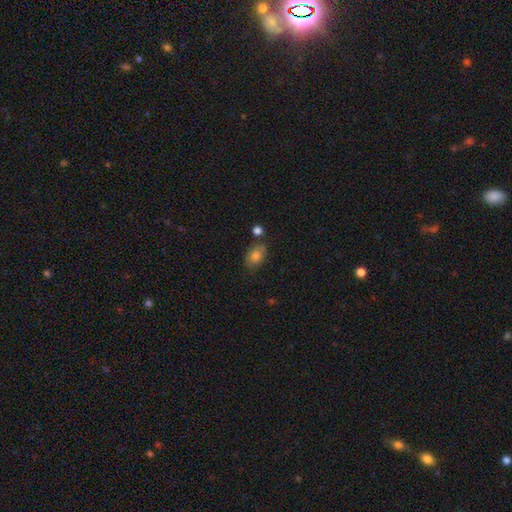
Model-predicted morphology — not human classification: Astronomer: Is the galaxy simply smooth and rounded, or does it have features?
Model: smooth — 80%.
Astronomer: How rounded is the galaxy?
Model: in between — 82%.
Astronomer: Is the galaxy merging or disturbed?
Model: none — 67%.